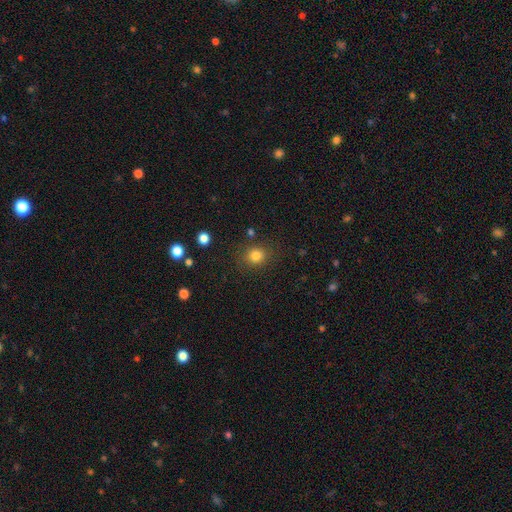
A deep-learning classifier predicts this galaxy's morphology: A smooth galaxy with no disk features (81%) that is round (77%). Merging: none (83%).